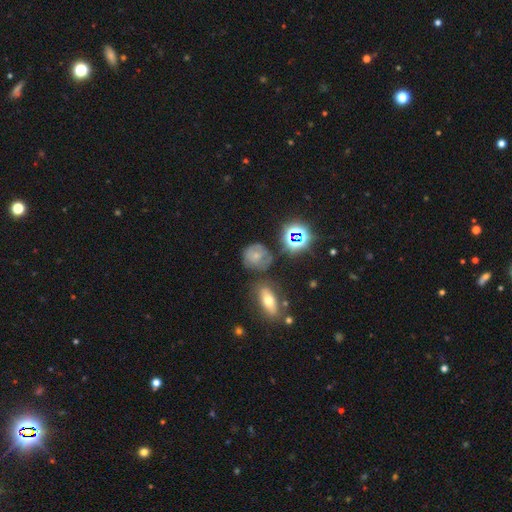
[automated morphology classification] Q: Smooth or featured?
A: smooth (46%); runner-up: featured or disk (32%)
Q: Merging?
A: none (57%); runner-up: minor disturbance (22%)